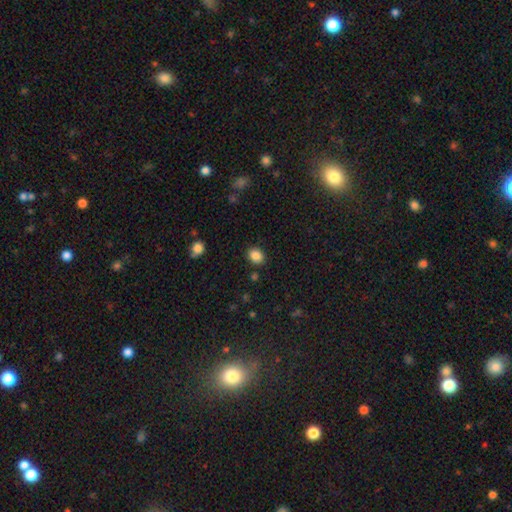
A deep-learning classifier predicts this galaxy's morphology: The model was most divided on "how rounded": round: 54%, in between: 46%, cigar-shaped: 1%. More confident: smooth or featured — smooth (86%); merging — none (86%).